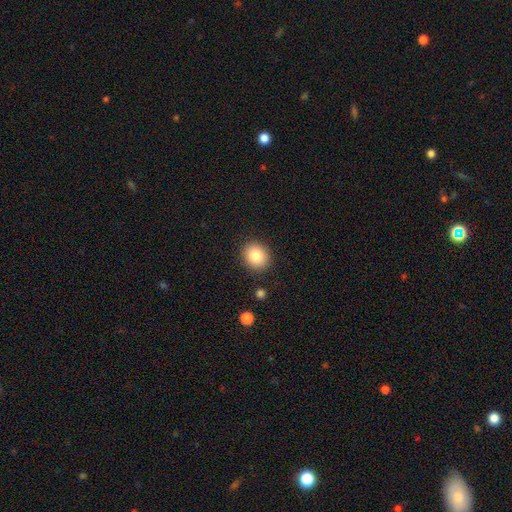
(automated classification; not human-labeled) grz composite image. It shows a smooth galaxy with no disk features (84%) that is round (72%). Merging: none (88%).